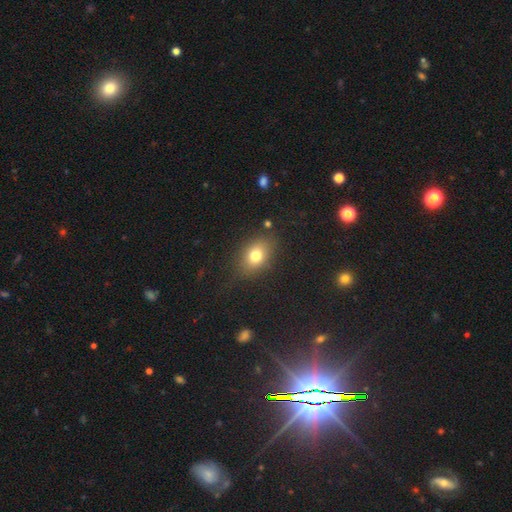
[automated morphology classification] smooth 76%, star or artifact 12%, featured or disk 12%. Down the decision tree: how rounded — in between (69%); merging — none (79%).